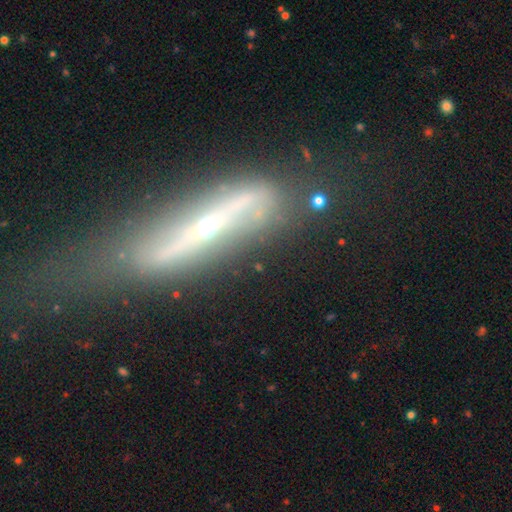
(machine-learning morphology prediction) Overall: featured or disk (76%). Edge-on disk: yes (50%, tied with no). Merging: none (34%; major disturbance 31%).